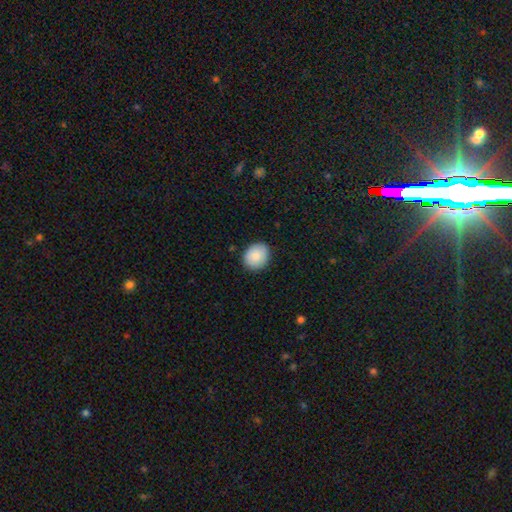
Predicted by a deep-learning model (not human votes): This is clearly a smooth galaxy (86%). How rounded: likely round (61%). Merging: clearly none (87%).